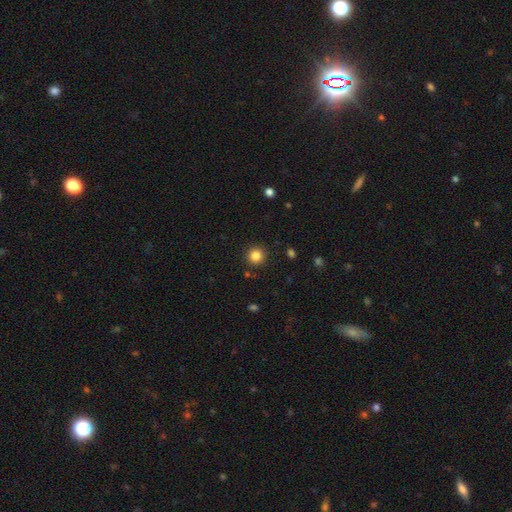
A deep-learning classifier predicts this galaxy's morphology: Q: Smooth or featured?
A: smooth (84%); runner-up: star or artifact (12%)
Q: How rounded?
A: round (93%); runner-up: in between (6%)
Q: Merging?
A: none (90%); runner-up: minor disturbance (6%)